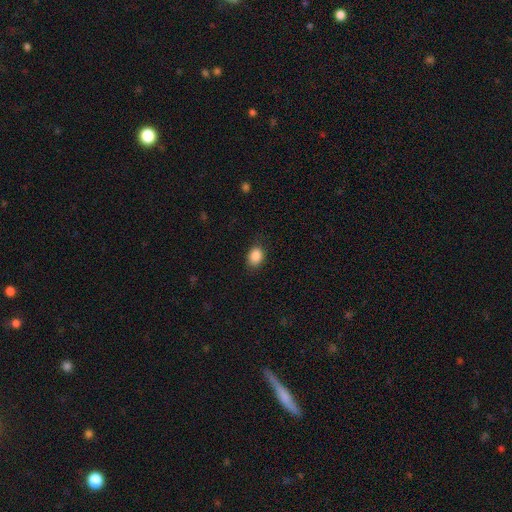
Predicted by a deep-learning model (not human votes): A smooth galaxy with no disk features (88%) that is in between round and cigar-shaped (65%).

Vote fractions:
- Smooth or featured? smooth: 88% / star or artifact: 9% / featured or disk: 3%
- How rounded? in between: 65% / round: 33% / cigar-shaped: 1%
- Merging? none: 83% / minor disturbance: 13% / major disturbance: 3% / merger: 1%